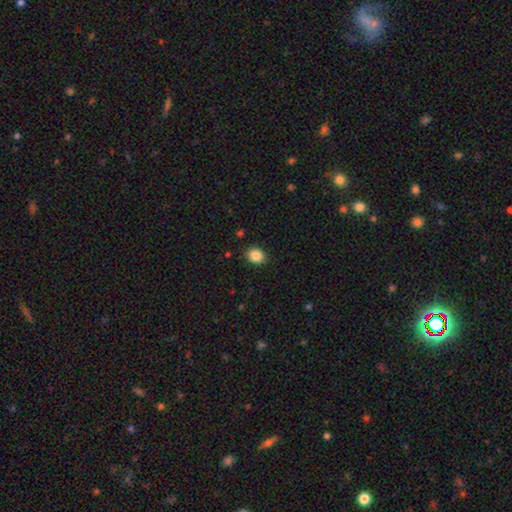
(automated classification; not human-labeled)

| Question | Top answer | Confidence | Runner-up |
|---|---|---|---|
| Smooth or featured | smooth | 86% | star or artifact (10%) |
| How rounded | round | 59% | in between (40%) |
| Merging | none | 90% | minor disturbance (7%) |